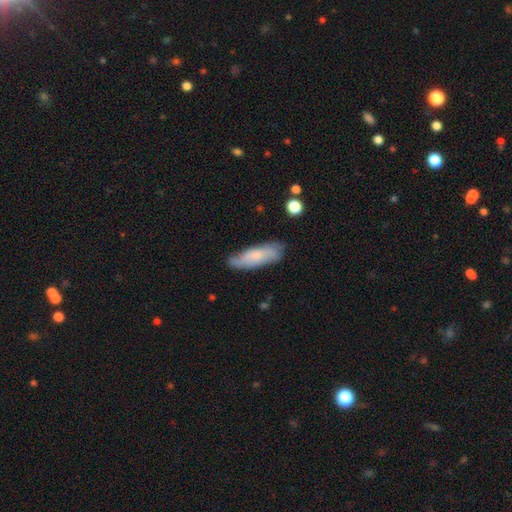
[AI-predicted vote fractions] The model was most divided on "how rounded": in between: 51%, cigar-shaped: 47%, round: 2%. More confident: merging — none (72%); smooth or featured — smooth (56%).